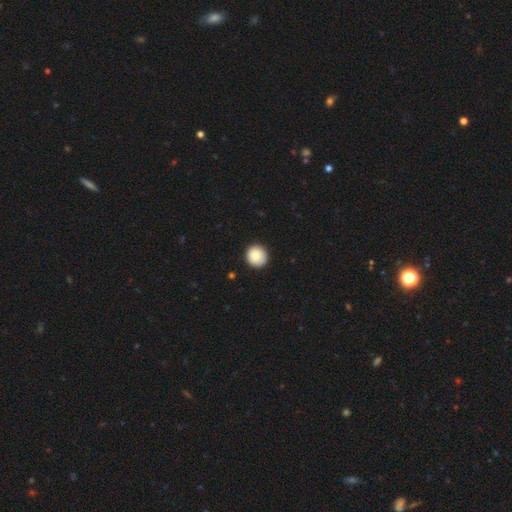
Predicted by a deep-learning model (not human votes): Smooth or featured? smooth (85%)
How rounded? round (95%)
Merging? none (92%)